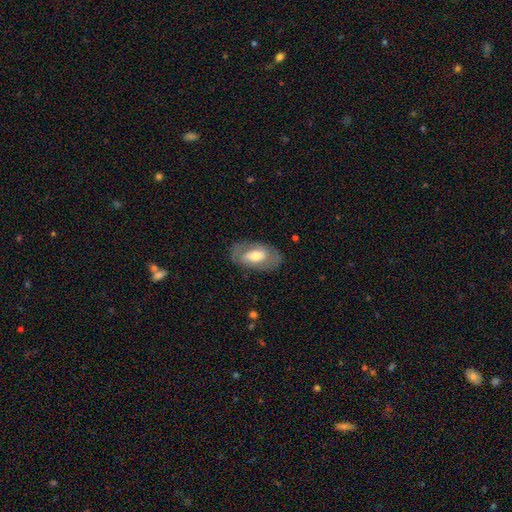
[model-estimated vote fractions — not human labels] This appears to be a smooth galaxy with no disk features (48%). Merging: none (76%).